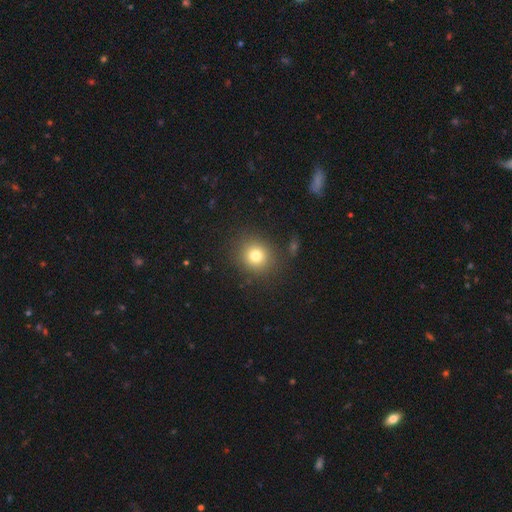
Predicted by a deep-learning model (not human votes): Q: Smooth or featured?
A: smooth (77%); runner-up: star or artifact (14%)
Q: How rounded?
A: round (86%); runner-up: in between (13%)
Q: Merging?
A: none (85%); runner-up: minor disturbance (8%)